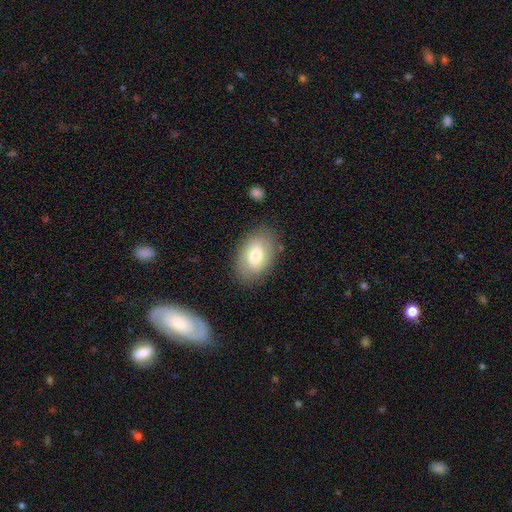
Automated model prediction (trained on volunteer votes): A smooth galaxy with no disk features (72%) that is in between round and cigar-shaped (89%).

Vote fractions:
- Smooth or featured? smooth: 72% / featured or disk: 21% / star or artifact: 7%
- How rounded? in between: 89% / round: 10% / cigar-shaped: 1%
- Merging? none: 81% / minor disturbance: 13% / major disturbance: 4% / merger: 2%